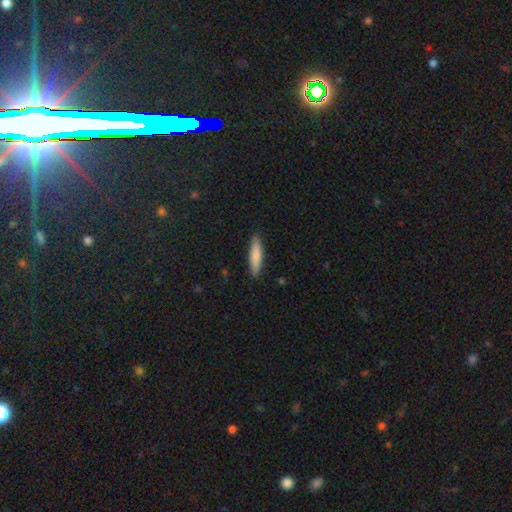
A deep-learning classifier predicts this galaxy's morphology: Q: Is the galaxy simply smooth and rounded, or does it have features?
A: smooth — 82%.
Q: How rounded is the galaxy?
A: cigar-shaped — 80%.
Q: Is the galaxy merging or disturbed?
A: none — 89%.